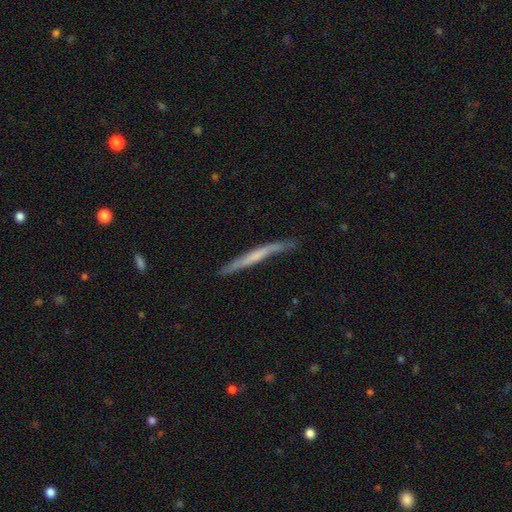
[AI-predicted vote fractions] smooth-or-featured: featured or disk: 52% | smooth: 43% | star or artifact: 6%
  disk-edge-on: yes: 90% | no: 10%
  merging: none: 67% | minor disturbance: 24% | major disturbance: 6% | merger: 3%